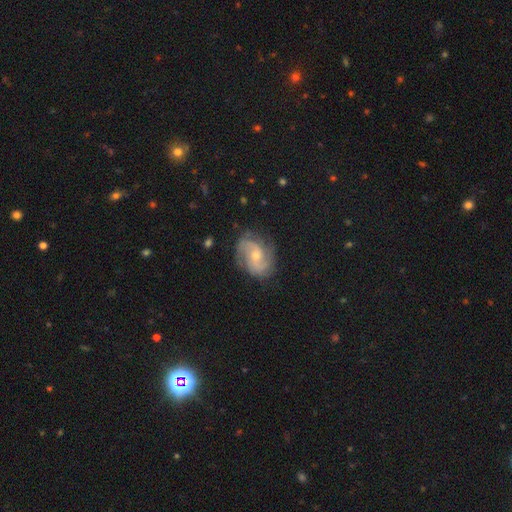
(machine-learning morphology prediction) Smooth or featured? Predicted: featured or disk (p=0.82). Edge-on disk? Predicted: no (p=0.97). Bar? Predicted: no (p=0.57). Spiral arms? Predicted: yes (p=0.95). Spiral winding? Predicted: medium (p=0.46). Spiral arm count? Predicted: 2 (p=0.63). Bulge size? Predicted: small (p=0.52). Merging? Predicted: none (p=0.78).